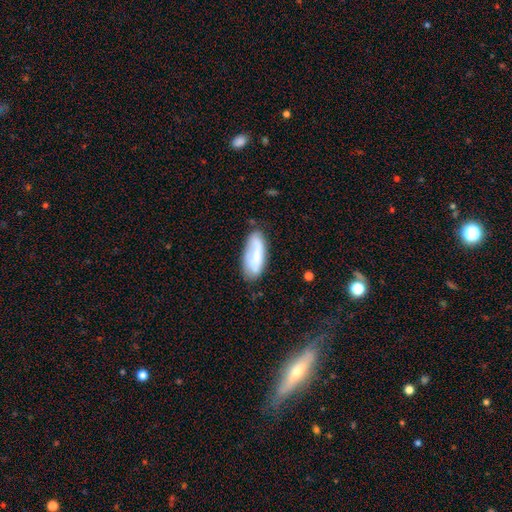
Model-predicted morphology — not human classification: Smooth or featured? smooth (59%)
How rounded? in between (77%)
Merging? none (65%)